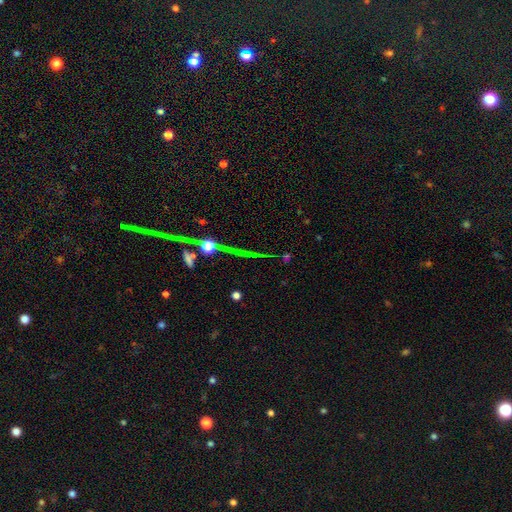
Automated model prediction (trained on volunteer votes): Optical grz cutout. It shows a star or artifact, not a galaxy (60%).